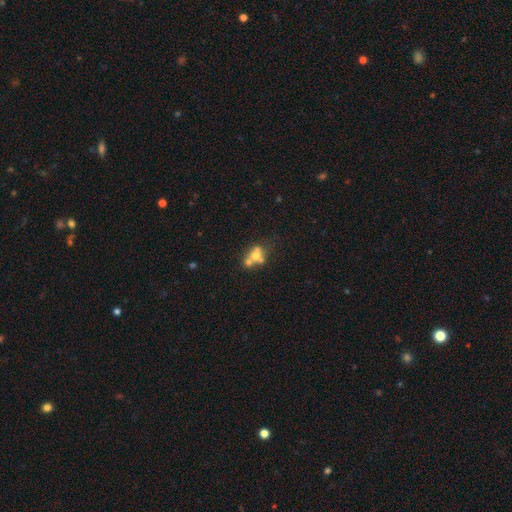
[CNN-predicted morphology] This appears to be a smooth galaxy with no disk features (54%) that is round (55%). Merging: merger (56%).